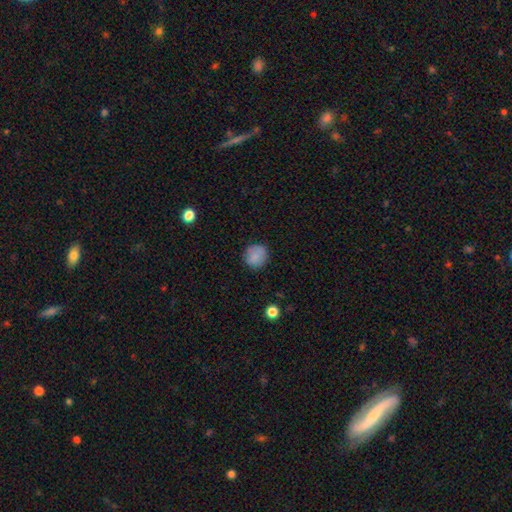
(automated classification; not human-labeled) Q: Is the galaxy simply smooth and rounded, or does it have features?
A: smooth — 85%.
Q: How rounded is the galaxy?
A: round — 88%.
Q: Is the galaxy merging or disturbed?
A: none — 85%.